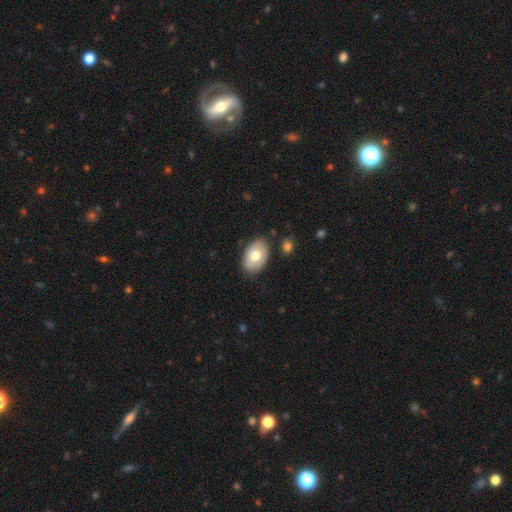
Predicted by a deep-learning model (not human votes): Smooth or featured: smooth — 70% (featured or disk — 23%)
How rounded: in between — 89% (round — 10%)
Merging: none — 81% (minor disturbance — 13%)